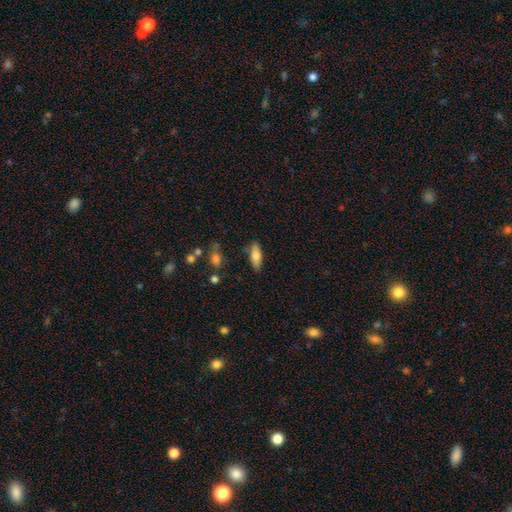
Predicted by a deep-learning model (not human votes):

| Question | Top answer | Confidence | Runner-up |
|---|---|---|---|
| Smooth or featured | smooth | 76% | featured or disk (18%) |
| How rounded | in between | 72% | cigar-shaped (26%) |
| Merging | none | 80% | minor disturbance (14%) |